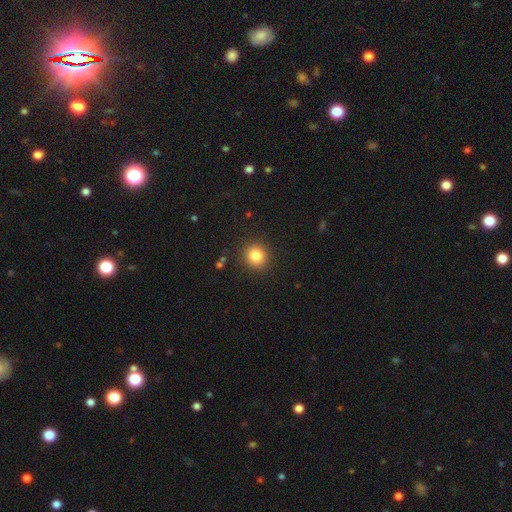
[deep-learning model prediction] smooth 83%, star or artifact 11%, featured or disk 6%. Down the decision tree: how rounded — round (87%); merging — none (90%).